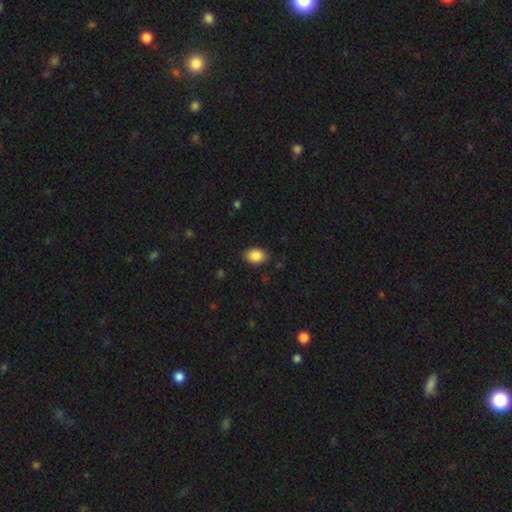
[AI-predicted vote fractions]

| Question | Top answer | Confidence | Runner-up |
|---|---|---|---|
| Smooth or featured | smooth | 88% | star or artifact (8%) |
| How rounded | in between | 82% | round (17%) |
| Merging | none | 85% | minor disturbance (11%) |